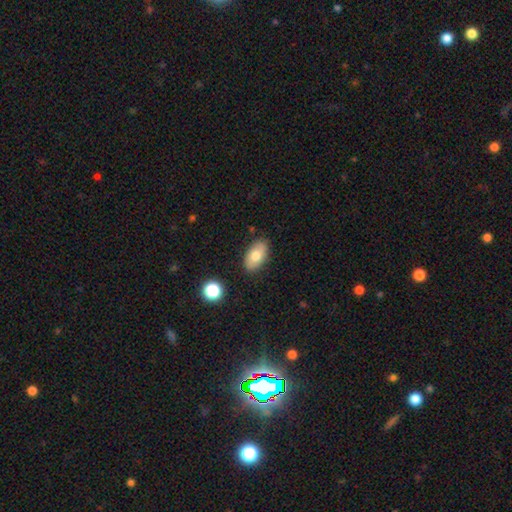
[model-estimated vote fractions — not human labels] A smooth galaxy with no disk features (75%) that is in between round and cigar-shaped (93%).

Vote fractions:
- Smooth or featured? smooth: 75% / featured or disk: 18% / star or artifact: 7%
- How rounded? in between: 93% / round: 5% / cigar-shaped: 2%
- Merging? none: 85% / minor disturbance: 11% / major disturbance: 2% / merger: 2%